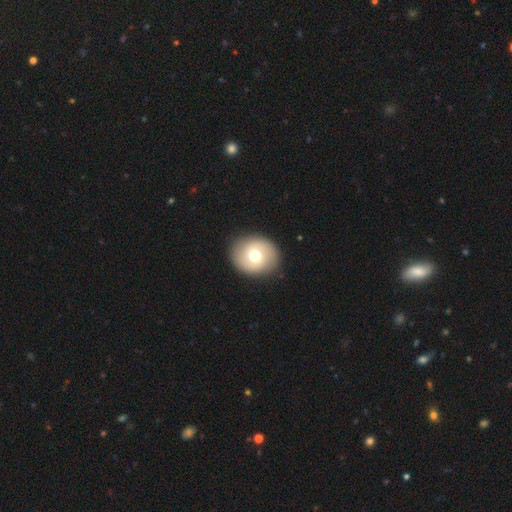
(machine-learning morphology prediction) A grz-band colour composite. It shows a smooth galaxy with no disk features (66%) that is round (72%). Merging: none (88%).